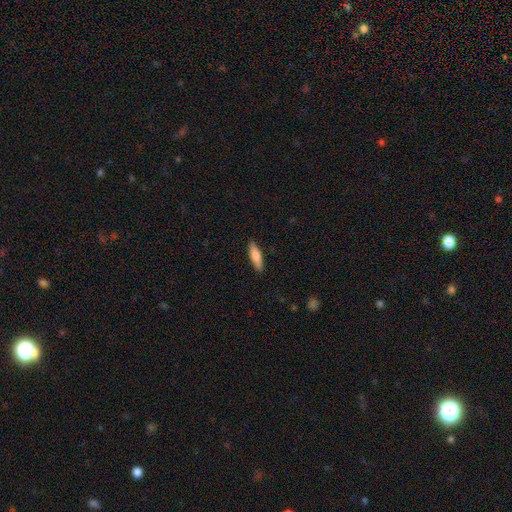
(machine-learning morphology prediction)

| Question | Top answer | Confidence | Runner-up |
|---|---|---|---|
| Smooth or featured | smooth | 76% | featured or disk (18%) |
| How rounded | cigar-shaped | 64% | in between (35%) |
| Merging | none | 88% | minor disturbance (9%) |